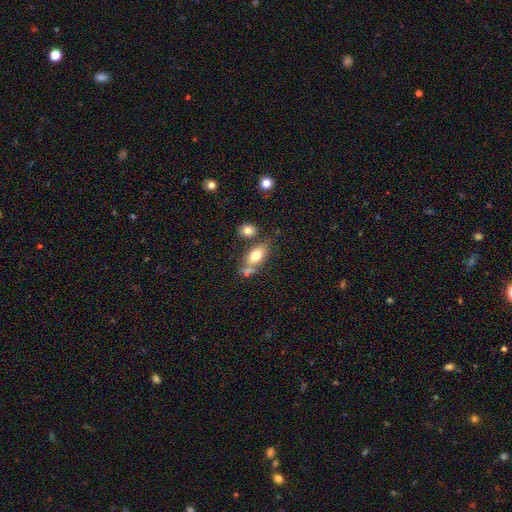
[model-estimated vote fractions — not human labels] Smooth or featured?
  - smooth: 73% *
  - featured or disk: 19%
  - star or artifact: 8%
How rounded?
  - in between: 87% *
  - cigar-shaped: 7%
  - round: 6%
Merging?
  - none: 56% *
  - merger: 23%
  - minor disturbance: 15%
  - major disturbance: 5%